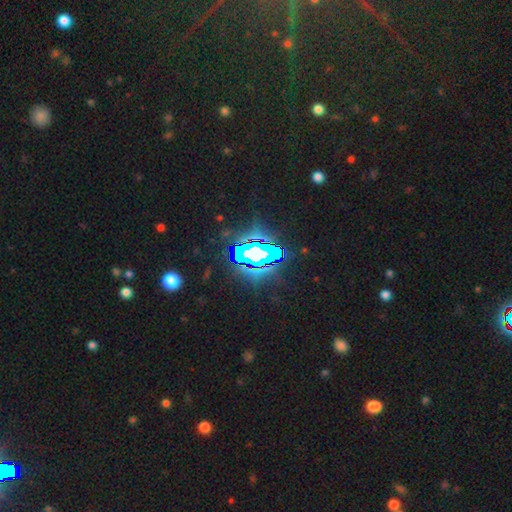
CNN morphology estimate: Overall: star or artifact (70%).